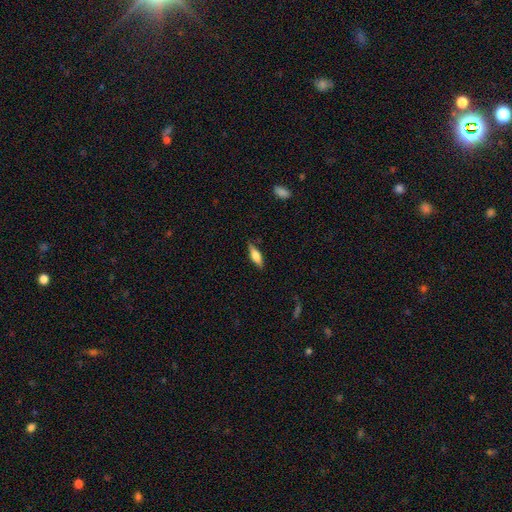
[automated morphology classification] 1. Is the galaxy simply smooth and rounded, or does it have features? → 62% smooth, 31% featured or disk, 7% star or artifact.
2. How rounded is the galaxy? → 51% in between, 46% cigar-shaped, 2% round.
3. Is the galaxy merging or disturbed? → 84% none, 13% minor disturbance, 3% major disturbance, 1% merger.